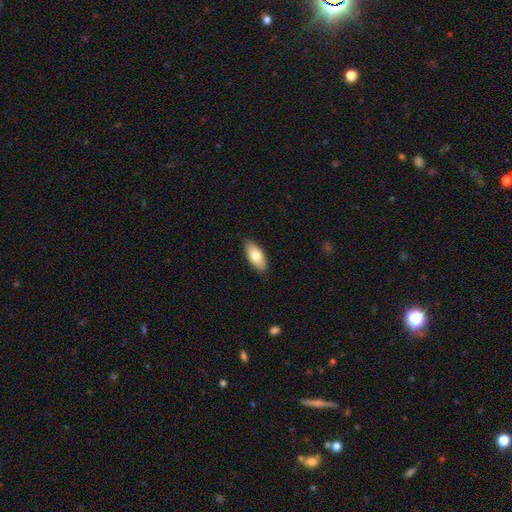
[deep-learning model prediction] A smooth galaxy with no disk features (75%) that is in between round and cigar-shaped (89%).

Vote fractions:
- Smooth or featured? smooth: 75% / featured or disk: 19% / star or artifact: 6%
- How rounded? in between: 89% / cigar-shaped: 8% / round: 3%
- Merging? none: 88% / minor disturbance: 10% / major disturbance: 2% / merger: 1%